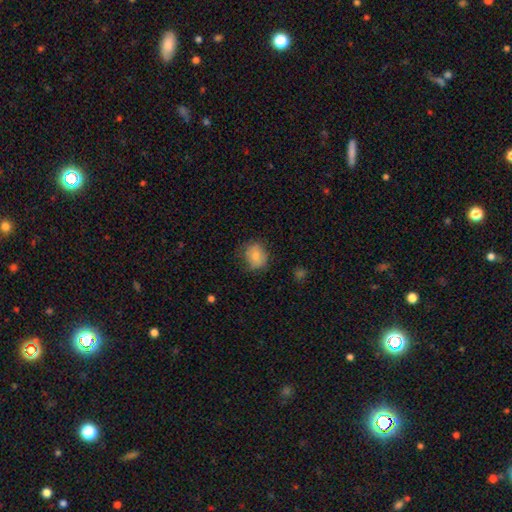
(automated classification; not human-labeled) smooth_or_featured: smooth (p=0.75) [alt: featured or disk p=0.17]
how_rounded: round (p=0.71) [alt: in between p=0.28]
merging: none (p=0.68) [alt: minor disturbance p=0.24]